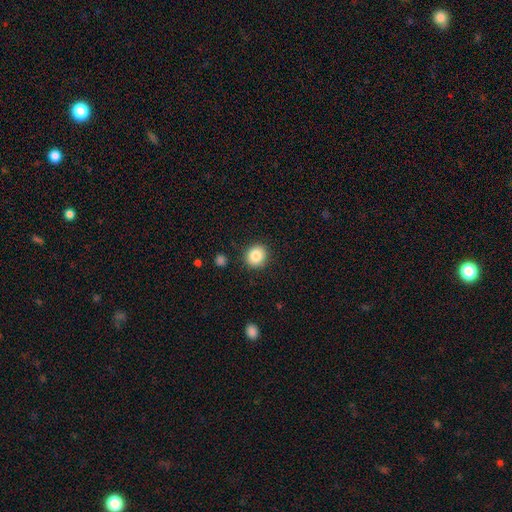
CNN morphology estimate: Smooth or featured: smooth — 85% (star or artifact — 9%)
How rounded: round — 85% (in between — 14%)
Merging: none — 90% (minor disturbance — 7%)